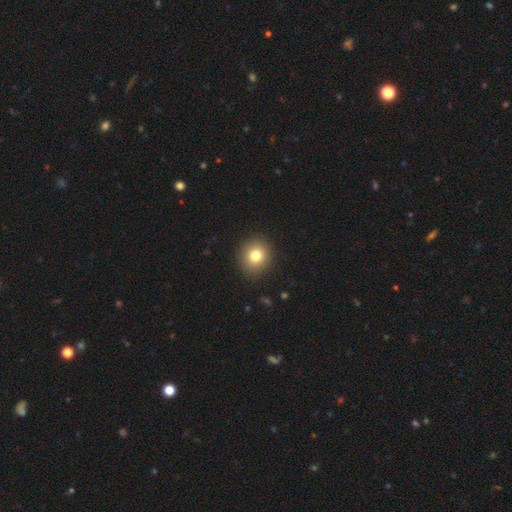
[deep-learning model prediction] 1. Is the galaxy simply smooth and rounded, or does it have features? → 80% smooth, 11% star or artifact, 9% featured or disk.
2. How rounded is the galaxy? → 85% round, 14% in between, 1% cigar-shaped.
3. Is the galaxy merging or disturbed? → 91% none, 6% minor disturbance, 2% major disturbance, 1% merger.